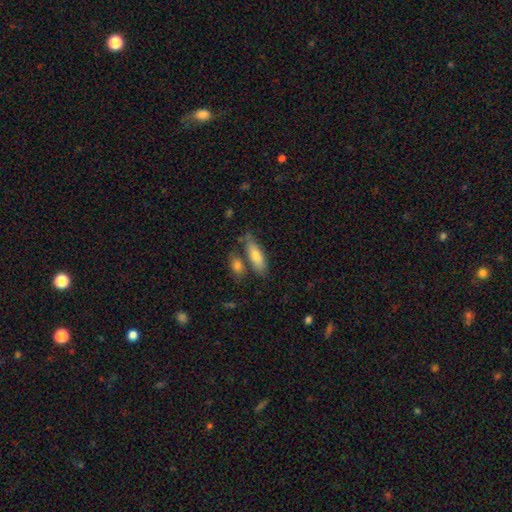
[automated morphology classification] smooth 73%, featured or disk 20%, star or artifact 6%. Down the decision tree: how rounded — in between (51%); merging — none (63%).